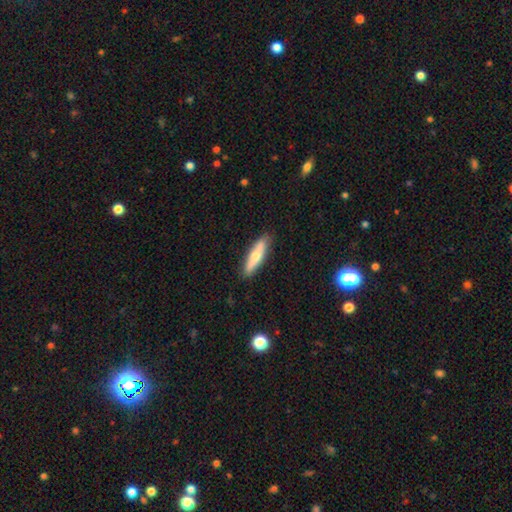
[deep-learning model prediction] smooth 64%, featured or disk 30%, star or artifact 6%. Down the decision tree: how rounded — cigar-shaped (69%); merging — none (86%).